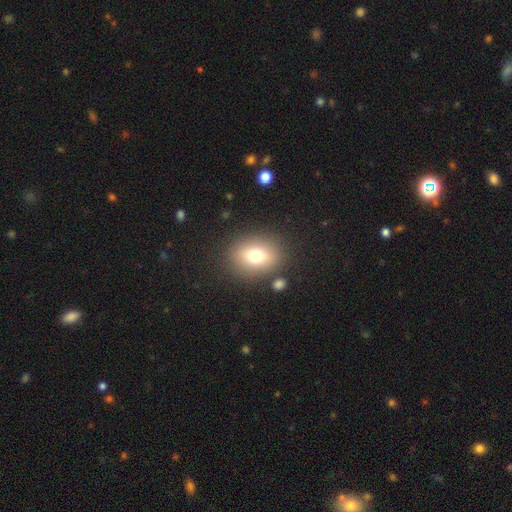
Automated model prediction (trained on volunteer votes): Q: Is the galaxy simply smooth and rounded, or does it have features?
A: smooth — 73%.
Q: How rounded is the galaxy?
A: round — 51%.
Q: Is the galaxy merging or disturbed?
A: none — 83%.